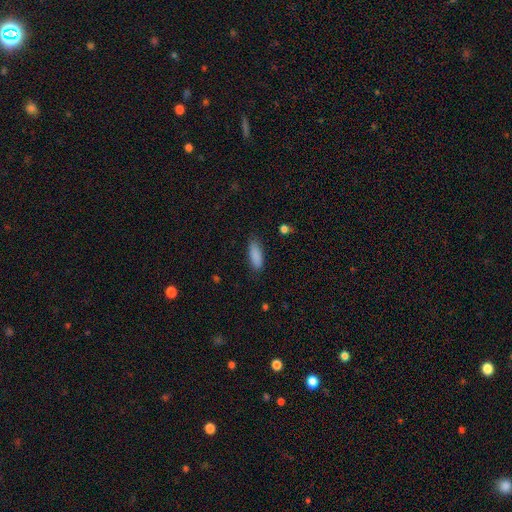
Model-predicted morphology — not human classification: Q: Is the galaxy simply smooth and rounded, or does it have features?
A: smooth — 88%.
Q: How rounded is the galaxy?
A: in between — 59%.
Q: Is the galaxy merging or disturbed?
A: none — 80%.